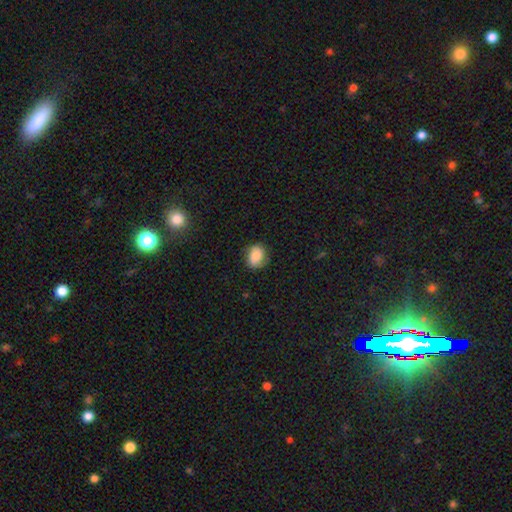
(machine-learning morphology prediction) Overall: smooth (77%). How rounded: round (51%; in between 48%). Merging: none (77%).